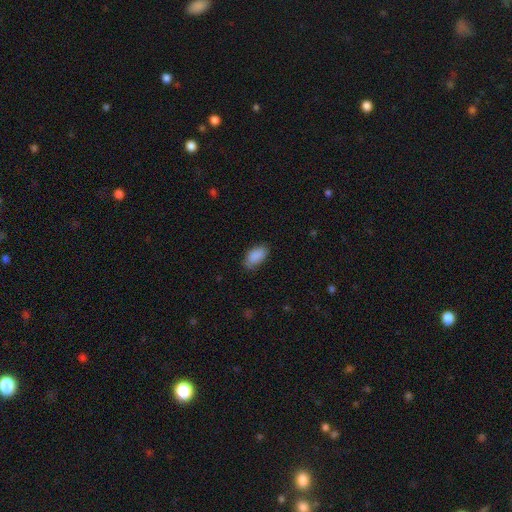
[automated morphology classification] Q: Smooth or featured?
A: smooth (89%); runner-up: star or artifact (7%)
Q: How rounded?
A: in between (94%); runner-up: round (4%)
Q: Merging?
A: none (77%); runner-up: minor disturbance (18%)